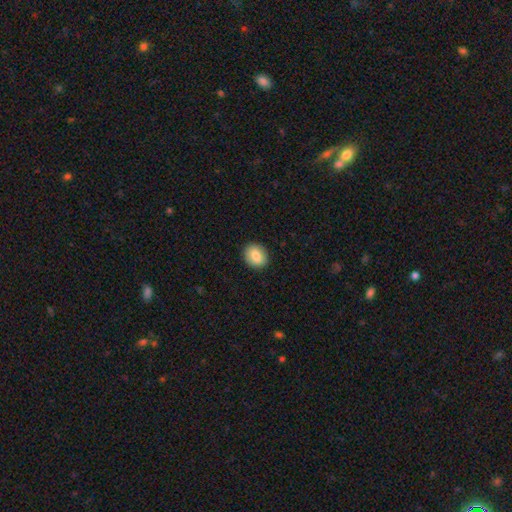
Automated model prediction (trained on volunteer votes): Smooth or featured? Predicted: smooth (p=0.83). How rounded? Predicted: round (p=0.63). Merging? Predicted: none (p=0.90).